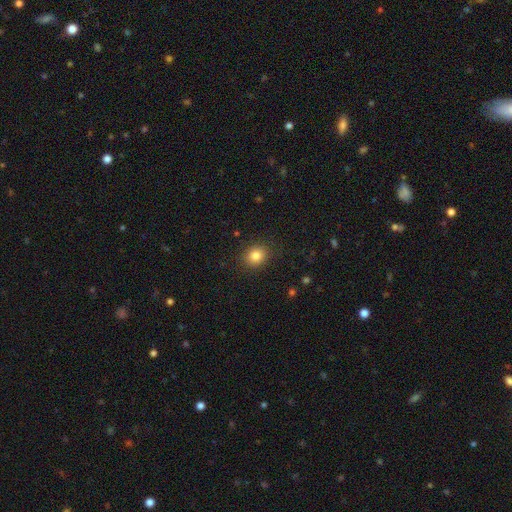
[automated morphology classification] Smooth or featured? Predicted: smooth (p=0.83). How rounded? Predicted: round (p=0.70). Merging? Predicted: none (p=0.88).